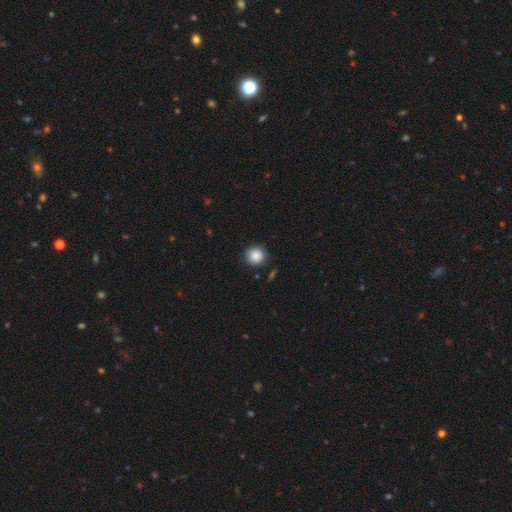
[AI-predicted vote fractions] The model was most divided on "merging": none: 87%, minor disturbance: 9%, major disturbance: 2%, merger: 2%. More confident: how rounded — round (92%); smooth or featured — smooth (87%).